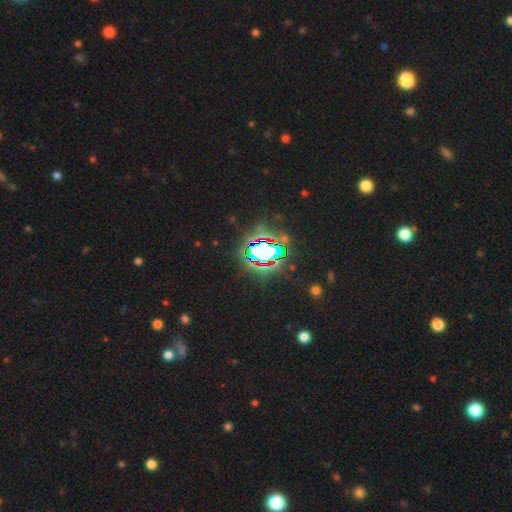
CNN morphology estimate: star or artifact 75%, smooth 15%, featured or disk 11%.